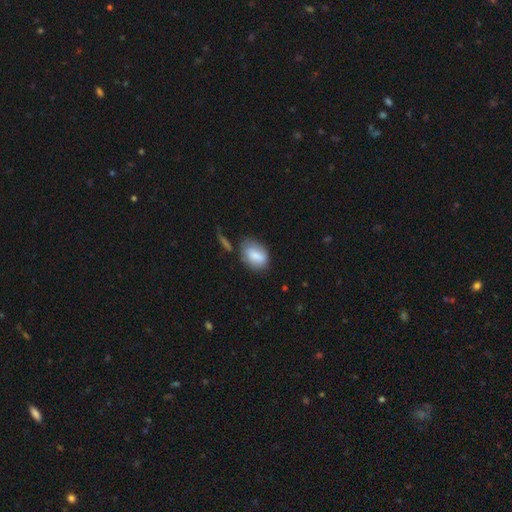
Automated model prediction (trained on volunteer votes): Morphology: type=smooth (82%); roundness=in between (84%); merging=none (59%).